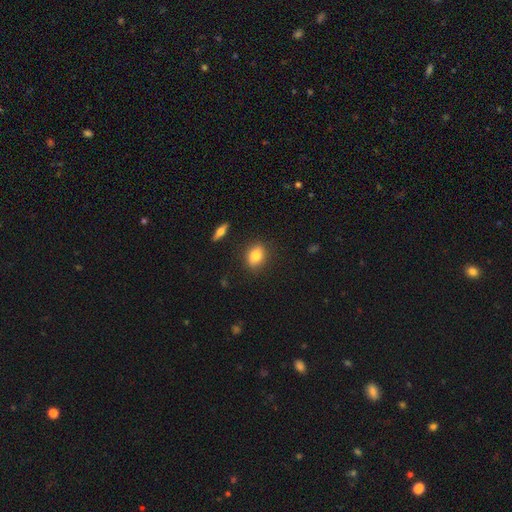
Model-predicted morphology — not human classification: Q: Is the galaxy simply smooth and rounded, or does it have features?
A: smooth — 79%.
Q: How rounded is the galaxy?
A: in between — 67%.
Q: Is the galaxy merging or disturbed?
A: none — 86%.